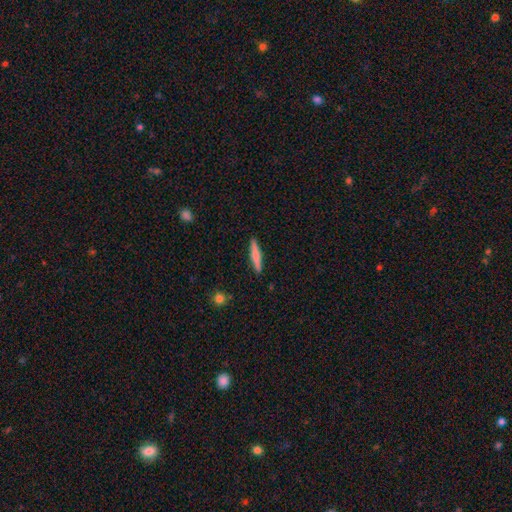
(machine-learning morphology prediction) Smooth or featured?
  - smooth: 62% *
  - featured or disk: 33%
  - star or artifact: 6%
How rounded?
  - cigar-shaped: 90% *
  - in between: 8%
  - round: 2%
Merging?
  - none: 90% *
  - minor disturbance: 7%
  - major disturbance: 2%
  - merger: 1%